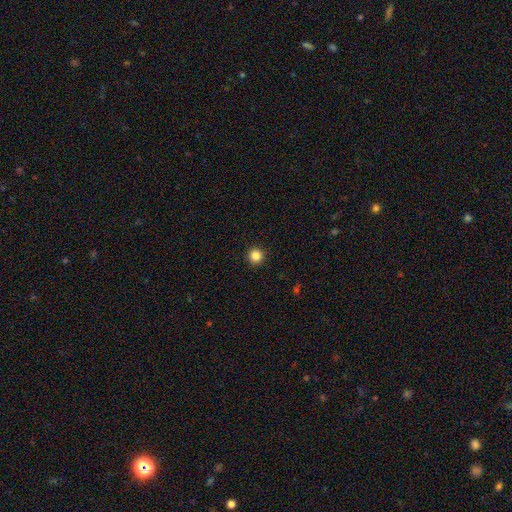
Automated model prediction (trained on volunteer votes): A smooth galaxy with no disk features (85%) that is round (95%).

Vote fractions:
- Smooth or featured? smooth: 85% / star or artifact: 11% / featured or disk: 3%
- How rounded? round: 95% / in between: 4% / cigar-shaped: 1%
- Merging? none: 93% / minor disturbance: 4% / major disturbance: 2% / merger: 1%